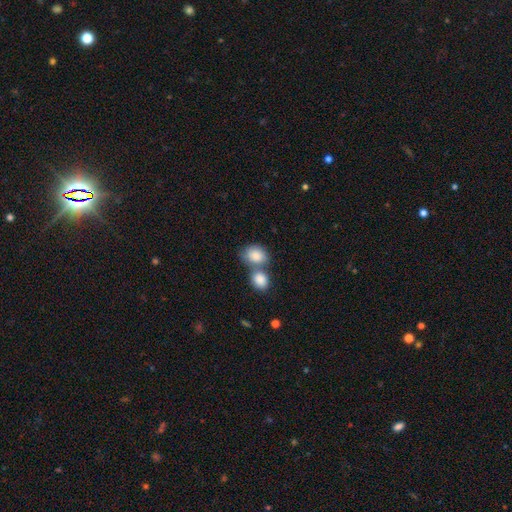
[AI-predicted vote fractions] This is clearly a smooth galaxy (86%). How rounded: likely in between (60%). Merging: possibly merger (54%).